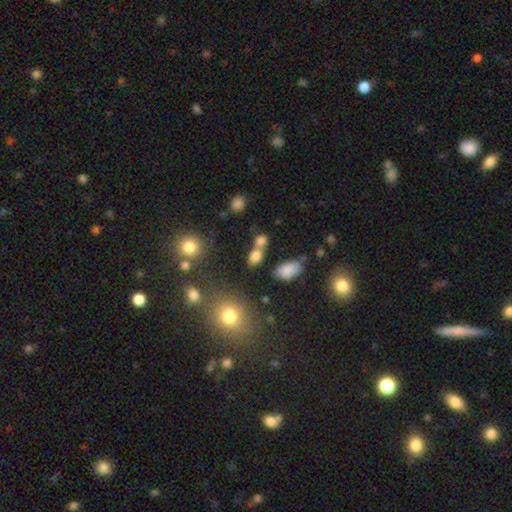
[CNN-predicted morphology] Q: Smooth or featured?
A: smooth (75%); runner-up: star or artifact (15%)
Q: How rounded?
A: in between (61%); runner-up: round (35%)
Q: Merging?
A: merger (45%); runner-up: none (40%)